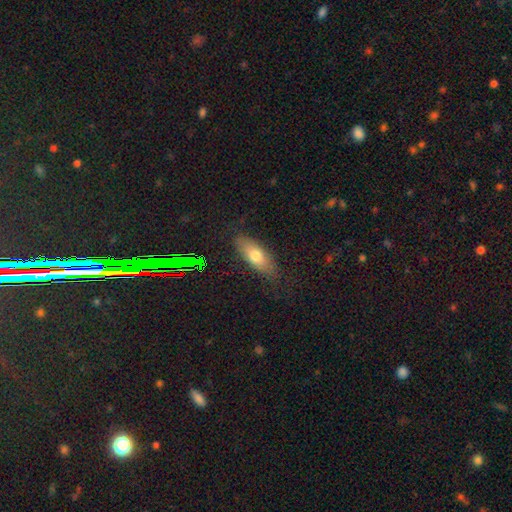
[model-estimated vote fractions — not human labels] Smooth or featured?
  - smooth: 70% *
  - featured or disk: 21%
  - star or artifact: 9%
How rounded?
  - in between: 73% *
  - cigar-shaped: 23%
  - round: 4%
Merging?
  - none: 80% *
  - minor disturbance: 14%
  - major disturbance: 4%
  - merger: 1%